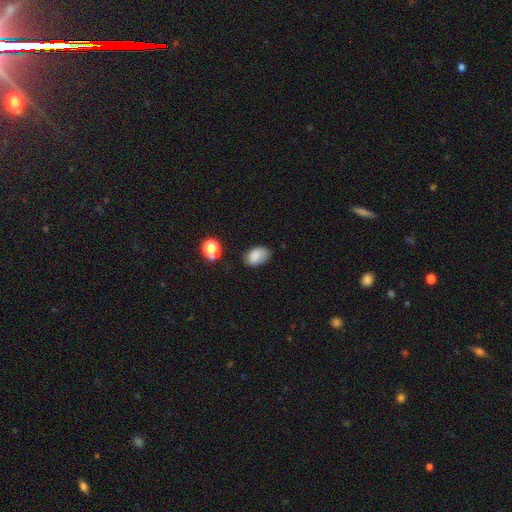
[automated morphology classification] Smooth or featured: smooth — 83% (star or artifact — 10%)
How rounded: in between — 86% (round — 13%)
Merging: none — 69% (minor disturbance — 23%)